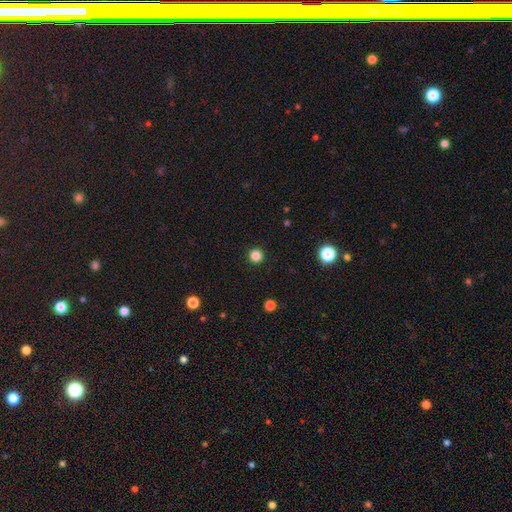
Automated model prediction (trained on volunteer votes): A smooth galaxy with no disk features (84%) that is round (96%). Merging: none (94%).